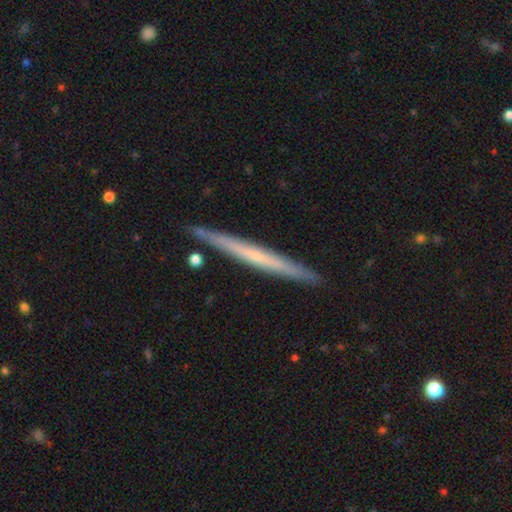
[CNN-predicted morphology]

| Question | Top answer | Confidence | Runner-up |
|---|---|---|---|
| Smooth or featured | featured or disk | 57% | smooth (37%) |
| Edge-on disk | yes | 97% | no (3%) |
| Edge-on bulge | none | 76% | rounded (20%) |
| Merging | none | 90% | minor disturbance (7%) |